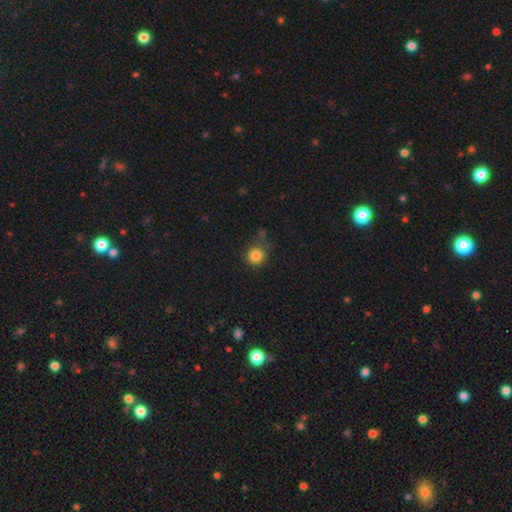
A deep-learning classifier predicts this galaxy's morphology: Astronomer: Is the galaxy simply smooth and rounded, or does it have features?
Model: smooth — 84%.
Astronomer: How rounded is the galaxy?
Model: round — 94%.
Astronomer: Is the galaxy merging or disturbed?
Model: none — 75%.